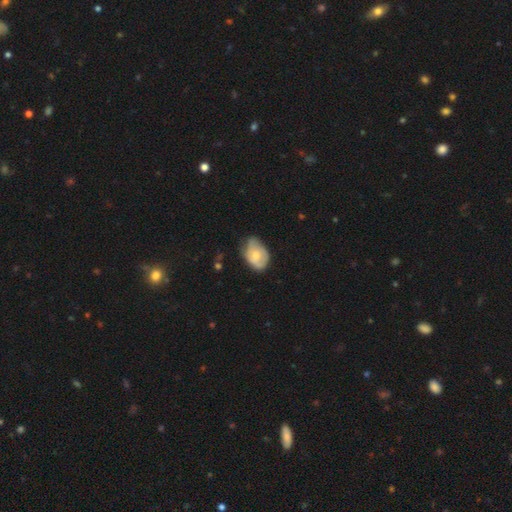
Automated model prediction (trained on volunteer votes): This appears to be a smooth galaxy with no disk features (63%) that is in between round and cigar-shaped (84%). Merging: minor disturbance (43%).